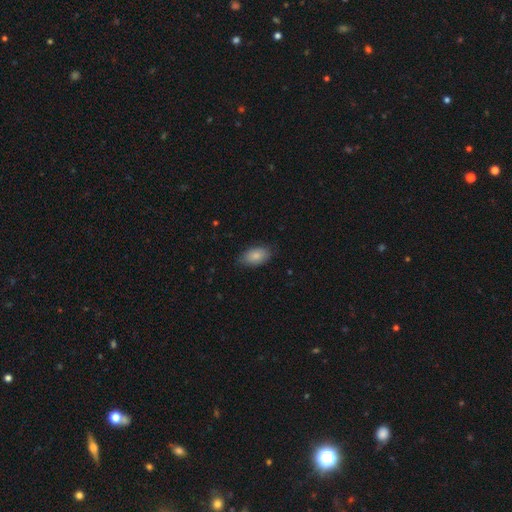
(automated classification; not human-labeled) Smooth or featured? smooth (86%)
How rounded? in between (93%)
Merging? none (80%)